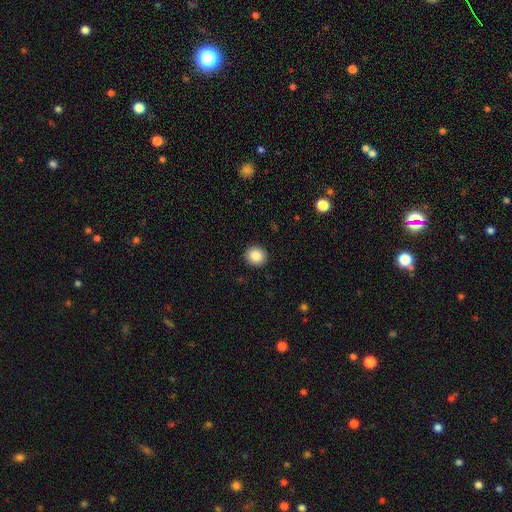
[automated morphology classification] The model was most divided on "how rounded": round: 87%, in between: 12%, cigar-shaped: 1%. More confident: merging — none (92%); smooth or featured — smooth (86%).